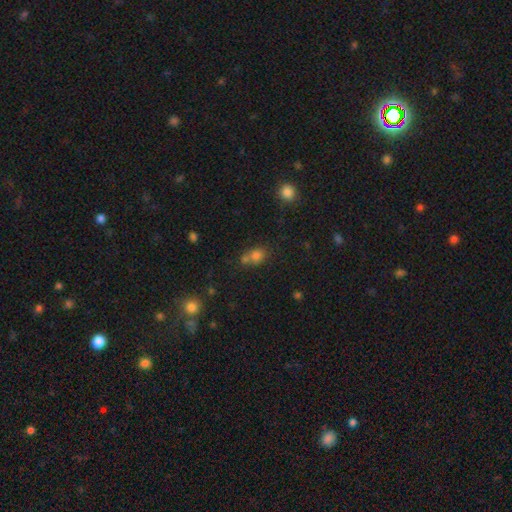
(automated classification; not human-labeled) Morphology: type=smooth (73%); roundness=round (63%); merging=none (45%).